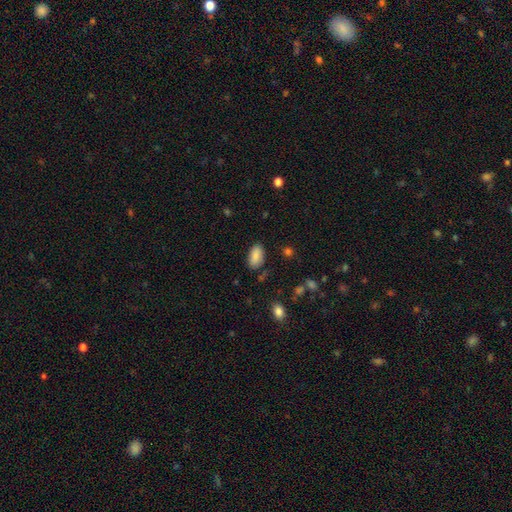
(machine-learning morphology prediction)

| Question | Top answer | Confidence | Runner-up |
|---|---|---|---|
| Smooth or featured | smooth | 87% | star or artifact (8%) |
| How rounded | in between | 94% | round (3%) |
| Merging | none | 80% | minor disturbance (14%) |